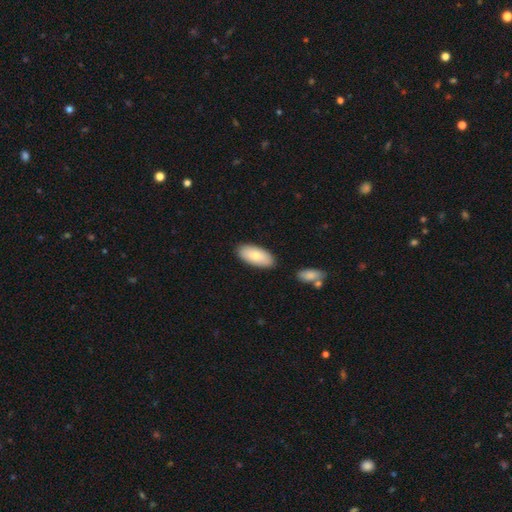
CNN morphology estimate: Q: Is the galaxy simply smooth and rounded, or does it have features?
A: smooth — 79%.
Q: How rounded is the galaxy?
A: in between — 91%.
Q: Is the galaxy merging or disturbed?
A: none — 85%.